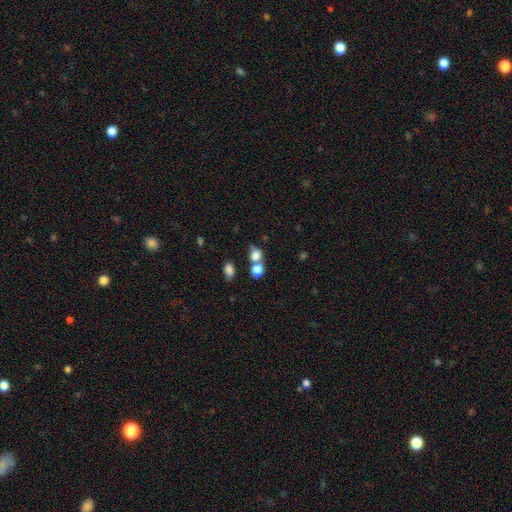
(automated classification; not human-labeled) The model was most divided on "merging": none: 45%, merger: 37%, minor disturbance: 12%, major disturbance: 6%. More confident: smooth or featured — smooth (78%); how rounded — round (58%).